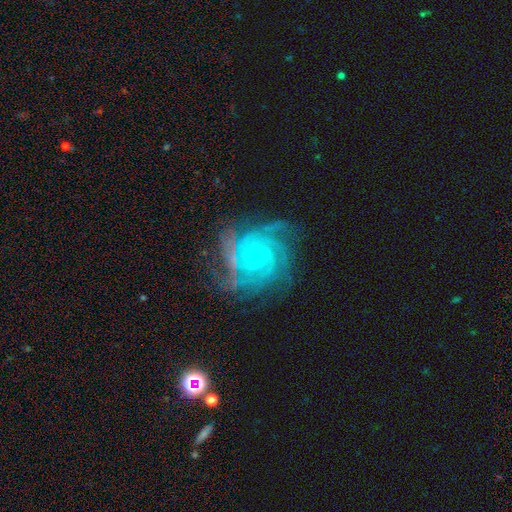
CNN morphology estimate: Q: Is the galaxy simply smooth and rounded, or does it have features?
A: featured or disk — 89%.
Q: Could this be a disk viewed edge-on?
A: no — 98%.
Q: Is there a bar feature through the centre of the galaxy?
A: no — 76%.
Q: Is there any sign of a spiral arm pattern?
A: yes — 98%.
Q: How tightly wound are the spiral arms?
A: tight — 76%.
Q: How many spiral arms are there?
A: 4 — 33%.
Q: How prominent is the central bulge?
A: small — 82%.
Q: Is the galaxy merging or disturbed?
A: none — 67%.